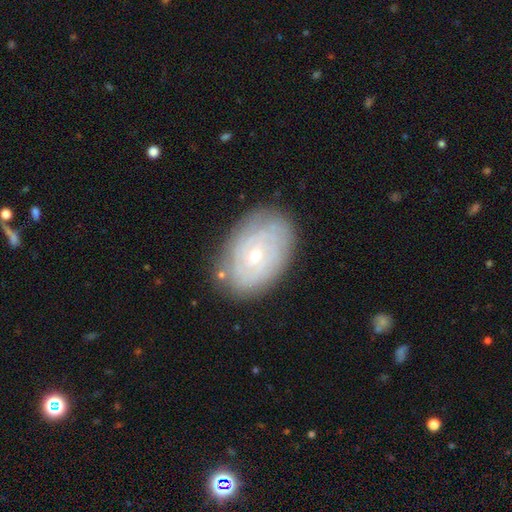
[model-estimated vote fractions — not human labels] Smooth or featured?
  - featured or disk: 71% *
  - smooth: 22%
  - star or artifact: 7%
Edge-on disk?
  - no: 95% *
  - yes: 5%
Bar?
  - no: 71% *
  - weak: 25%
  - strong: 5%
Spiral arms?
  - yes: 81% *
  - no: 19%
Spiral winding?
  - tight: 80% *
  - medium: 15%
  - loose: 5%
Spiral arm count?
  - can't tell: 58% *
  - 2: 15%
  - 3: 10%
  - 4: 8%
  - more than 4: 5%
  - 1: 4%
Bulge size?
  - small: 60% *
  - moderate: 37%
  - large: 1%
  - none: 1%
  - dominant: 1%
Merging?
  - none: 79% *
  - minor disturbance: 15%
  - major disturbance: 4%
  - merger: 2%